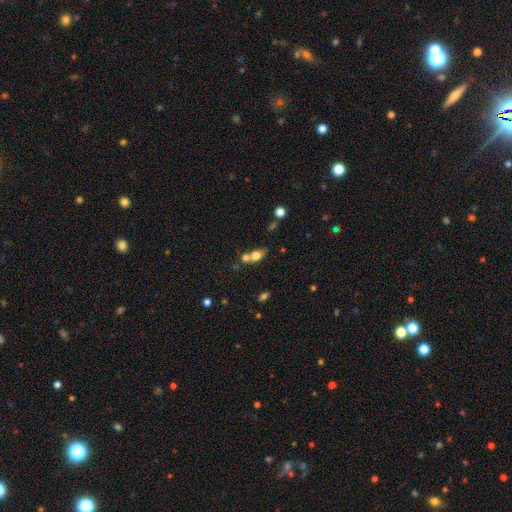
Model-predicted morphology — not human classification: Q: Smooth or featured?
A: smooth (70%); runner-up: featured or disk (19%)
Q: How rounded?
A: in between (71%); runner-up: round (23%)
Q: Merging?
A: merger (43%); runner-up: none (40%)